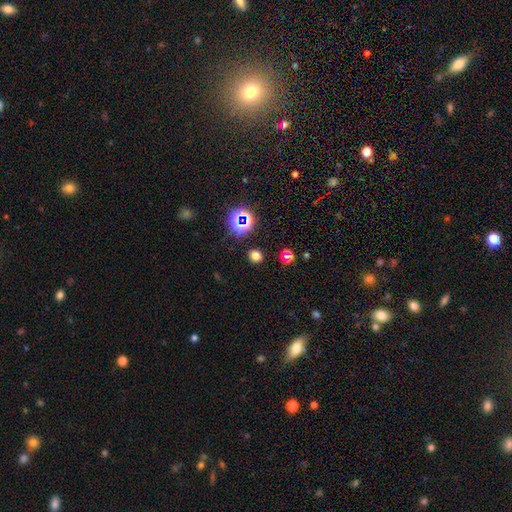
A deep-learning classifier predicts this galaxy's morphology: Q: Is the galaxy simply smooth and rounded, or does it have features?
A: smooth — 68%.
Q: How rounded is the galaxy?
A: round — 78%.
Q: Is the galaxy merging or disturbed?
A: none — 88%.